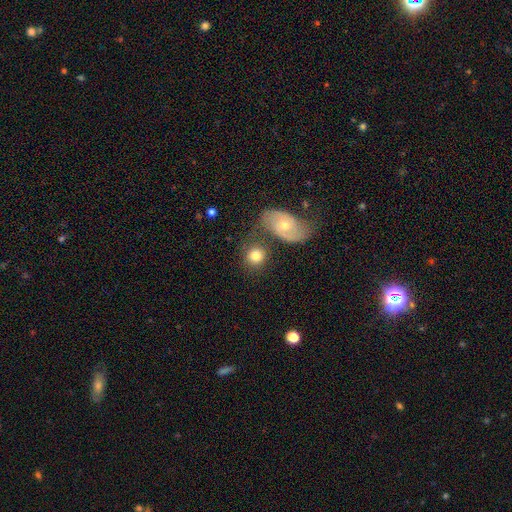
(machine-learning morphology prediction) smooth_or_featured: smooth (p=0.74) [alt: featured or disk p=0.18]
how_rounded: round (p=0.79) [alt: in between p=0.20]
merging: none (p=0.63) [alt: merger p=0.20]